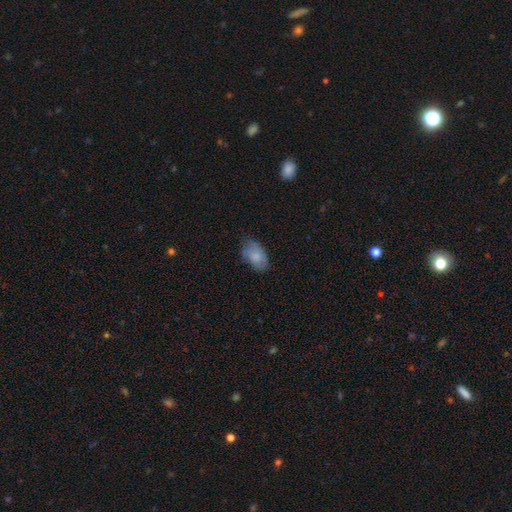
A smooth galaxy with no disk features (76%) that is in between round and cigar-shaped (97%). Merging: none (69%).